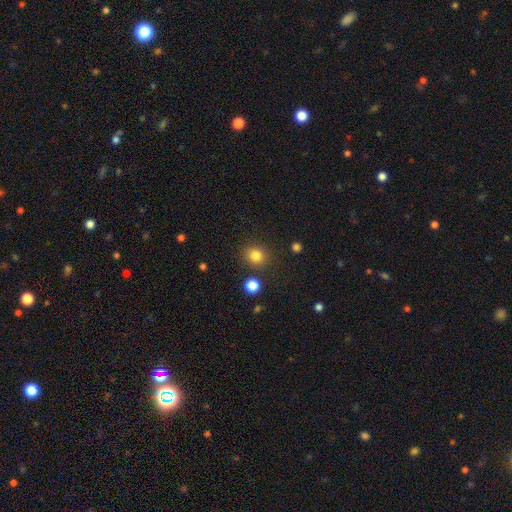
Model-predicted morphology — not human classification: smooth 83%, star or artifact 12%, featured or disk 5%. Down the decision tree: how rounded — round (82%); merging — none (84%).